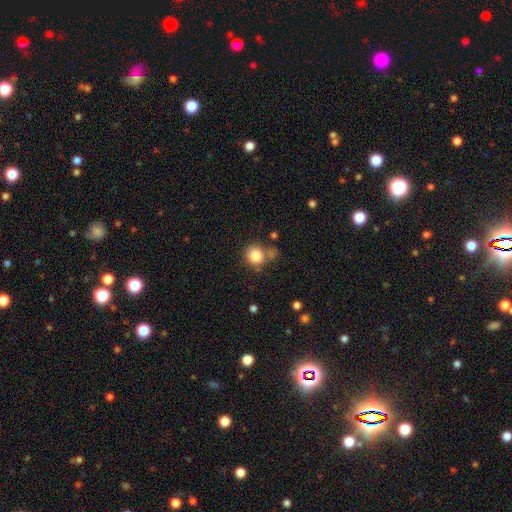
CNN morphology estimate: smooth-or-featured: smooth: 84% | star or artifact: 10% | featured or disk: 6%
  how-rounded: round: 85% | in between: 14% | cigar-shaped: 1%
  merging: none: 60% | merger: 19% | minor disturbance: 15% | major disturbance: 6%